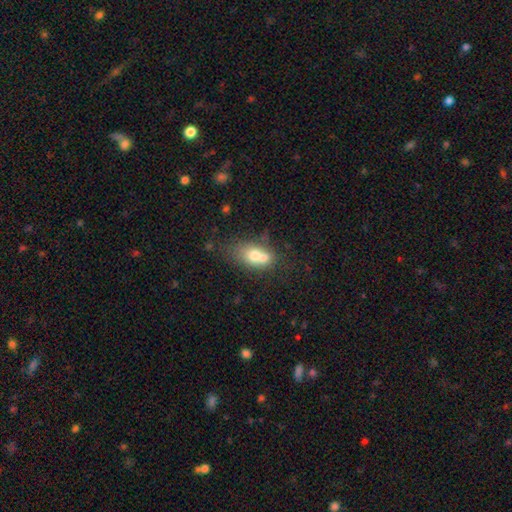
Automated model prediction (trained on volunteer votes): Overall: smooth (67%). How rounded: in between (72%). Merging: merger (53%; none 30%).